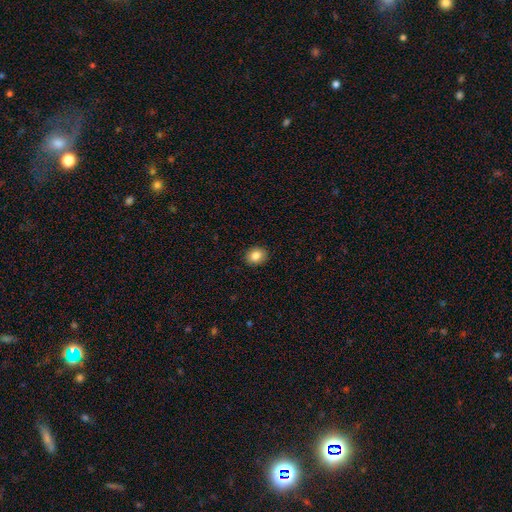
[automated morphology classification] Smooth or featured? smooth (86%)
How rounded? round (52%)
Merging? none (90%)